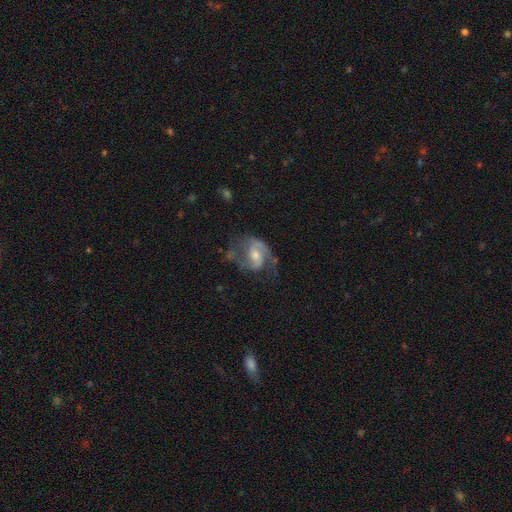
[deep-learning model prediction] Morphology: type=featured or disk (82%); edge-on=no (97%); bar=weak (44%); spiral arms=yes (93%); winding=medium (52%); arm count=2 (79%); bulge=moderate (57%); merging=none (54%).